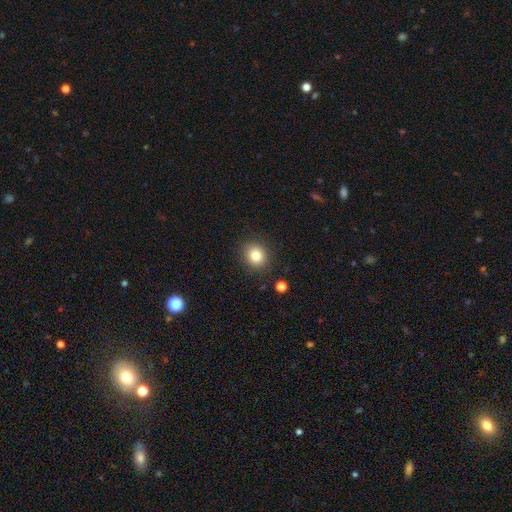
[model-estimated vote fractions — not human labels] A smooth galaxy with no disk features (81%) that is round (78%).

Vote fractions:
- Smooth or featured? smooth: 81% / star or artifact: 11% / featured or disk: 8%
- How rounded? round: 78% / in between: 21% / cigar-shaped: 1%
- Merging? none: 87% / minor disturbance: 8% / major disturbance: 3% / merger: 2%